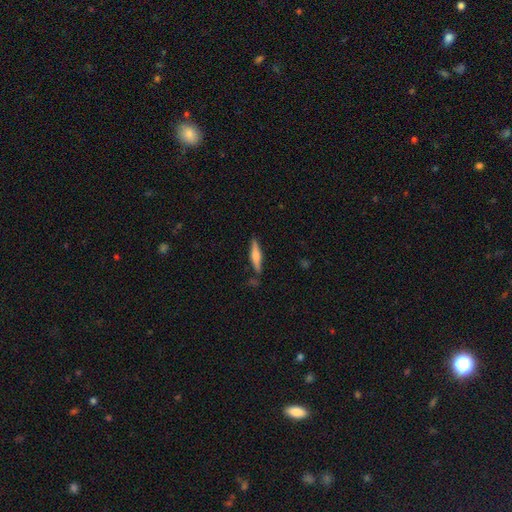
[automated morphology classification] smooth_or_featured: featured or disk (p=0.48) [alt: smooth p=0.46]
merging: none (p=0.83) [alt: minor disturbance p=0.12]